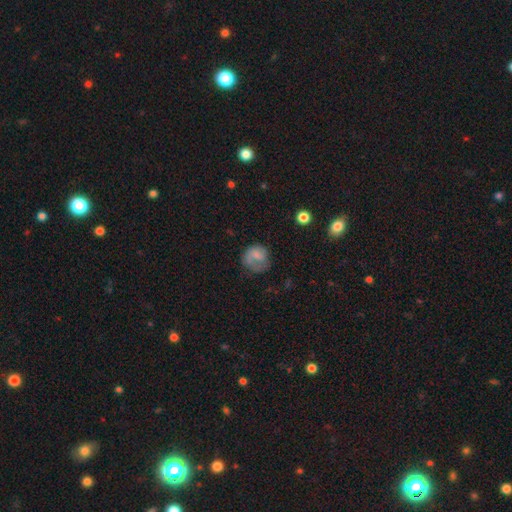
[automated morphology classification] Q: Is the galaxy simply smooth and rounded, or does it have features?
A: smooth — 61%.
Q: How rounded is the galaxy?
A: round — 74%.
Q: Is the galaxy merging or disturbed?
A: none — 45%.